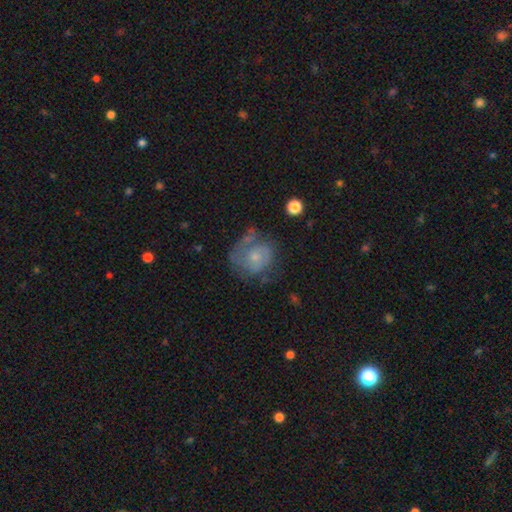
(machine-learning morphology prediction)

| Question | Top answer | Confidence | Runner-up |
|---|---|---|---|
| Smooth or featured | featured or disk | 52% | smooth (39%) |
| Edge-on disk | no | 97% | yes (3%) |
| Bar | no | 81% | weak (16%) |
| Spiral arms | yes | 65% | no (35%) |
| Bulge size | small | 64% | moderate (28%) |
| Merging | none | 45% | minor disturbance (27%) |